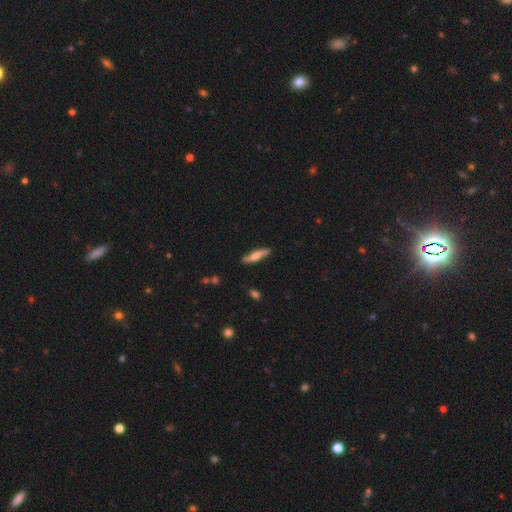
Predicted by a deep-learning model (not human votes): Overall: smooth (48%; featured or disk 47%). Merging: none (85%).